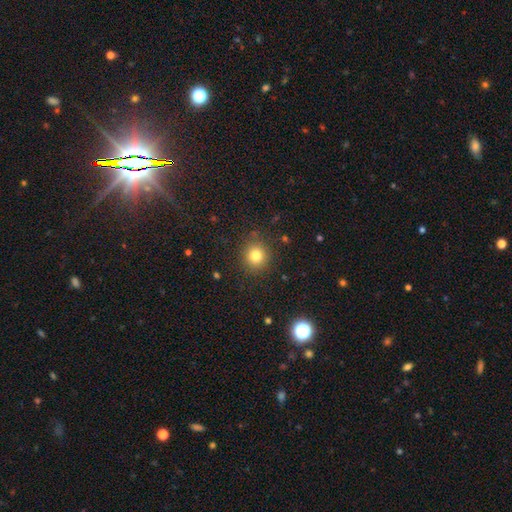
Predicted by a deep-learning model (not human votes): A smooth galaxy with no disk features (81%) that is round (90%).

Vote fractions:
- Smooth or featured? smooth: 81% / star or artifact: 13% / featured or disk: 7%
- How rounded? round: 90% / in between: 9% / cigar-shaped: 1%
- Merging? none: 88% / minor disturbance: 8% / major disturbance: 3% / merger: 1%